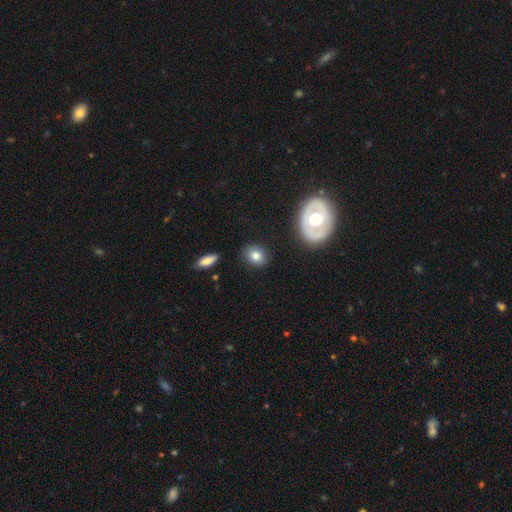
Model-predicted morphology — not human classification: A smooth galaxy with no disk features (80%) that is round (53%).

Vote fractions:
- Smooth or featured? smooth: 80% / featured or disk: 11% / star or artifact: 9%
- How rounded? round: 53% / in between: 45% / cigar-shaped: 2%
- Merging? none: 86% / minor disturbance: 9% / major disturbance: 2% / merger: 2%